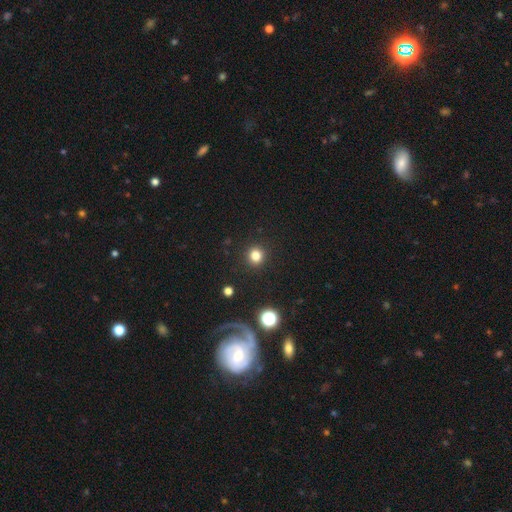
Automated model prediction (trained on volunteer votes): smooth_or_featured: smooth (p=0.81) [alt: star or artifact p=0.13]
how_rounded: round (p=0.90) [alt: in between p=0.09]
merging: none (p=0.92) [alt: minor disturbance p=0.05]